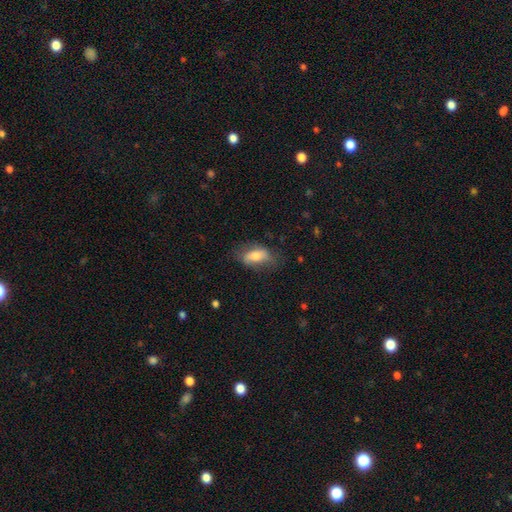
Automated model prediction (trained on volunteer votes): Morphology: type=smooth (64%); roundness=in between (87%); merging=none (61%).